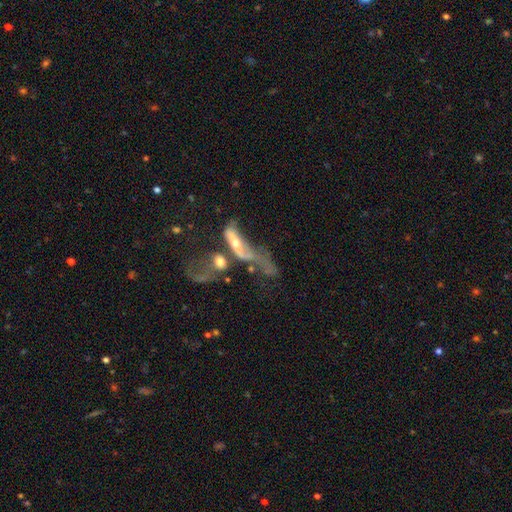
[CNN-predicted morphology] Smooth or featured? Predicted: featured or disk (p=0.59). Edge-on disk? Predicted: no (p=0.73). Merging? Predicted: merger (p=0.55).